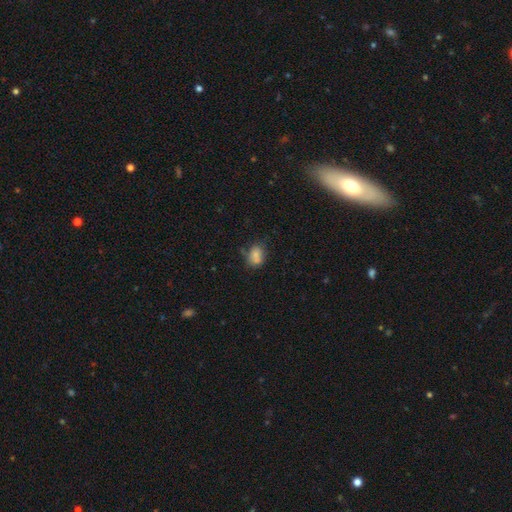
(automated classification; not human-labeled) Q: Smooth or featured?
A: smooth (76%); runner-up: featured or disk (13%)
Q: How rounded?
A: in between (65%); runner-up: round (34%)
Q: Merging?
A: none (50%); runner-up: minor disturbance (25%)